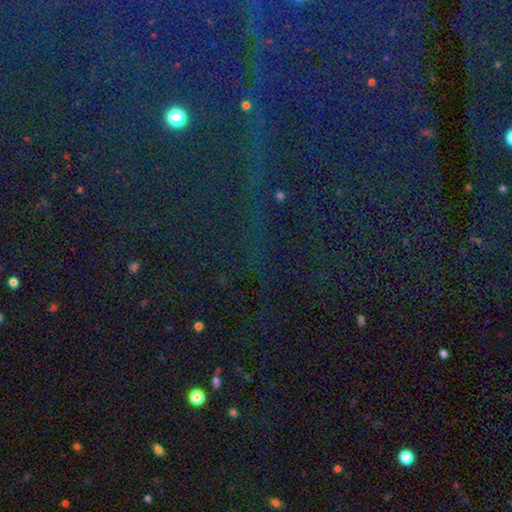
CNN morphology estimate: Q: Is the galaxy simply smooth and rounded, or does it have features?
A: star or artifact — 86%.